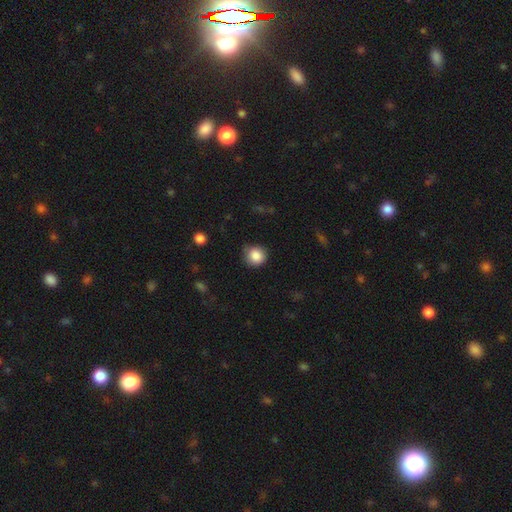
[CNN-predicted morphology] This appears to be a smooth galaxy with no disk features (86%) that is round (89%). Merging: none (75%).